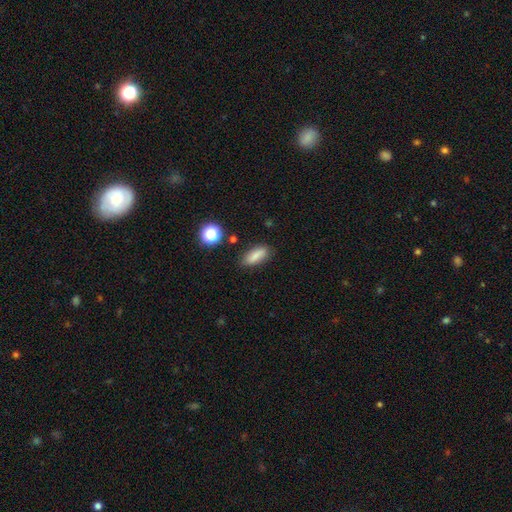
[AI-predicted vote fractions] Q: Smooth or featured?
A: smooth (81%); runner-up: star or artifact (10%)
Q: How rounded?
A: in between (67%); runner-up: cigar-shaped (28%)
Q: Merging?
A: none (81%); runner-up: minor disturbance (13%)